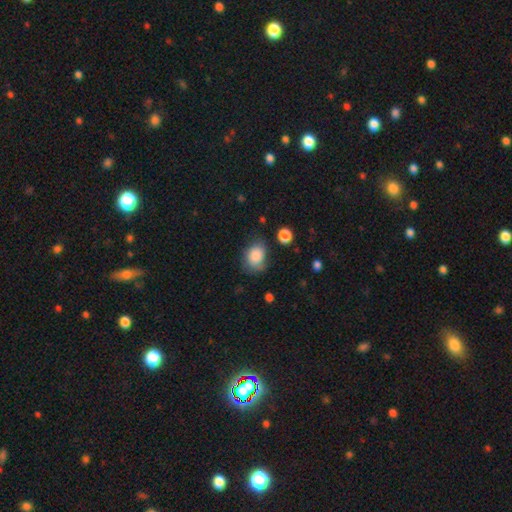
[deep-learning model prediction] The model was most divided on "how rounded": in between: 58%, round: 41%, cigar-shaped: 1%. More confident: smooth or featured — smooth (82%); merging — none (54%).